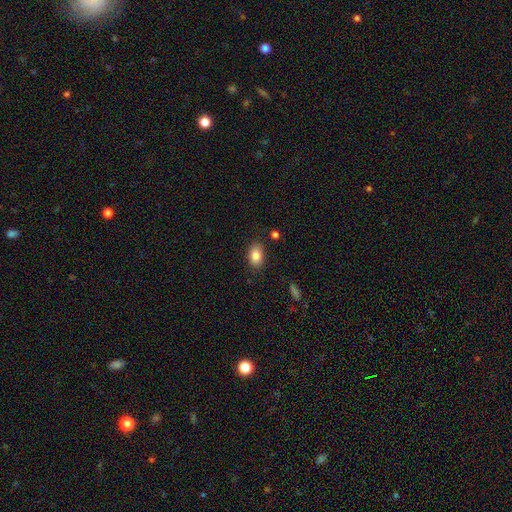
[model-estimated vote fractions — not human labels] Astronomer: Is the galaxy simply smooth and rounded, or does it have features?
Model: smooth — 85%.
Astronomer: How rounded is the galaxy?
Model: in between — 87%.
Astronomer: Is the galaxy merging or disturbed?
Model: none — 84%.